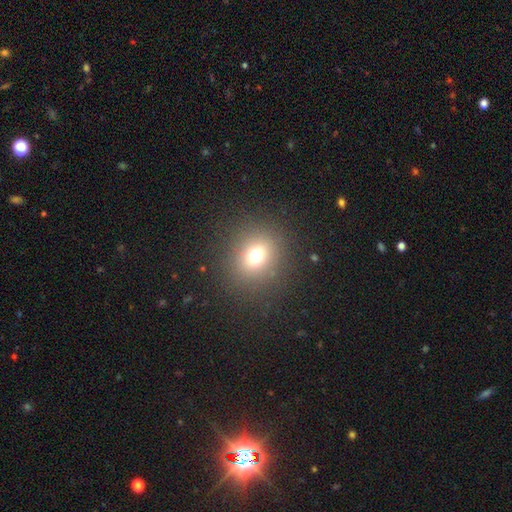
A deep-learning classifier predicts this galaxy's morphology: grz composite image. It shows a smooth galaxy with no disk features (71%) that is round (76%). Merging: none (87%).